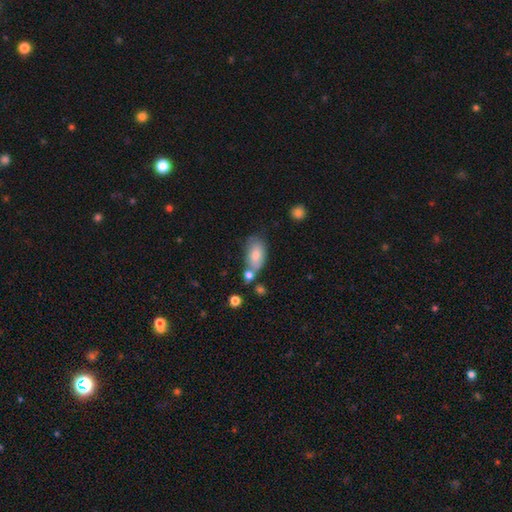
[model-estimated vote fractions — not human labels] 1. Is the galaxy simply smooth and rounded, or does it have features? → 78% smooth, 15% featured or disk, 7% star or artifact.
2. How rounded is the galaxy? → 91% in between, 5% round, 4% cigar-shaped.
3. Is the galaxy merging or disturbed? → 46% none, 24% merger, 22% minor disturbance, 8% major disturbance.